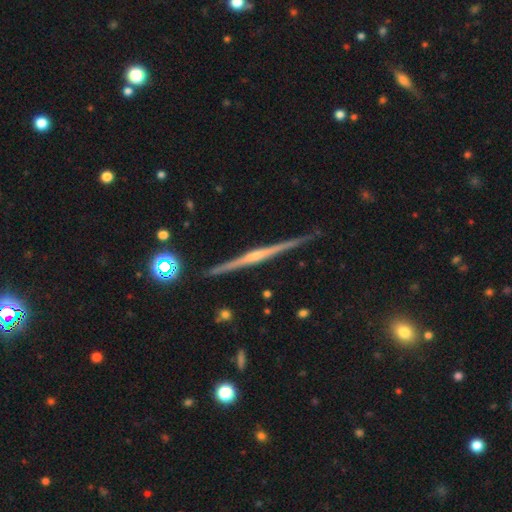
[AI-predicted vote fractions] Smooth or featured? Predicted: featured or disk (p=0.85). Edge-on disk? Predicted: yes (p=0.99). Edge-on bulge? Predicted: rounded (p=0.64). Merging? Predicted: none (p=0.91).